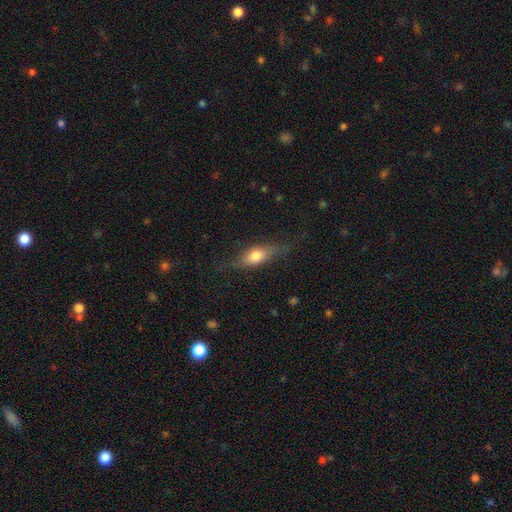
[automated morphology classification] This appears to be a smooth galaxy with no disk features (58%) that is in between round and cigar-shaped (60%). Merging: none (71%).